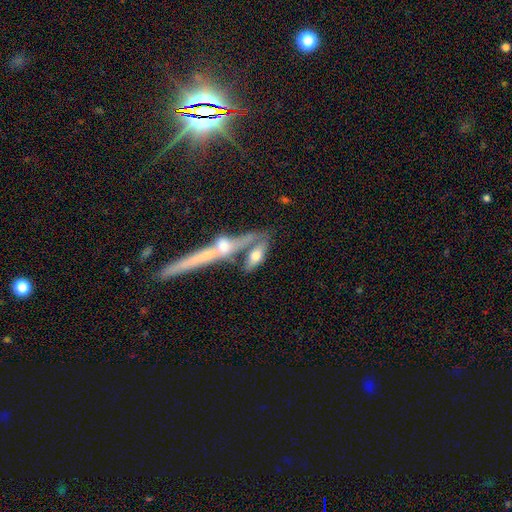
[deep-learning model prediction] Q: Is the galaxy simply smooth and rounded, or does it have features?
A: smooth — 56%.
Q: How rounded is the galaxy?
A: in between — 56%.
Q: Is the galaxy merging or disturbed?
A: merger — 47%.